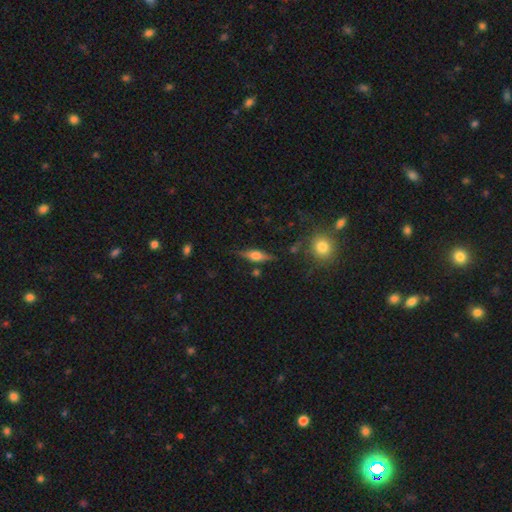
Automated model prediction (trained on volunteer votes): Smooth or featured? featured or disk (61%)
Edge-on disk? yes (94%)
Edge-on bulge? rounded (90%)
Merging? none (80%)